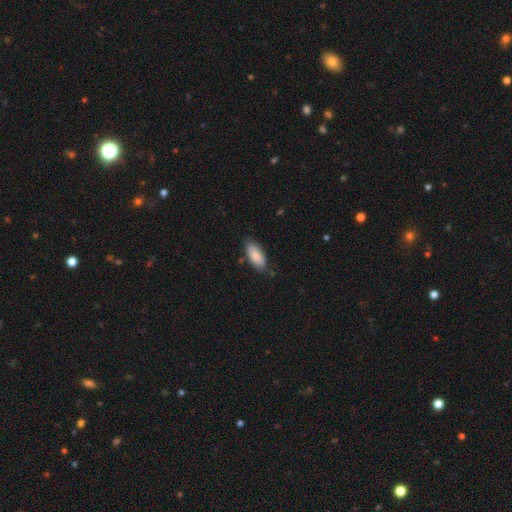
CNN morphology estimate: smooth-or-featured: smooth: 87% | featured or disk: 7% | star or artifact: 6%
  how-rounded: in between: 86% | cigar-shaped: 13% | round: 2%
  merging: none: 78% | minor disturbance: 17% | major disturbance: 3% | merger: 2%